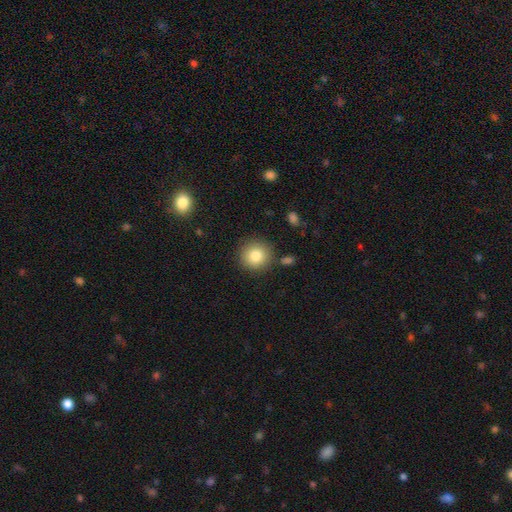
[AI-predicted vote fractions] This is clearly a smooth galaxy (82%). How rounded: clearly round (93%). Merging: clearly none (86%).